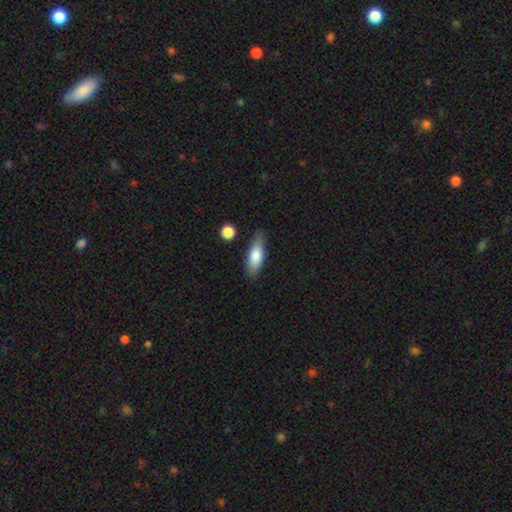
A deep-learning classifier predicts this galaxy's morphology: Smooth or featured: smooth — 76% (featured or disk — 18%)
How rounded: in between — 63% (cigar-shaped — 35%)
Merging: none — 78% (minor disturbance — 16%)